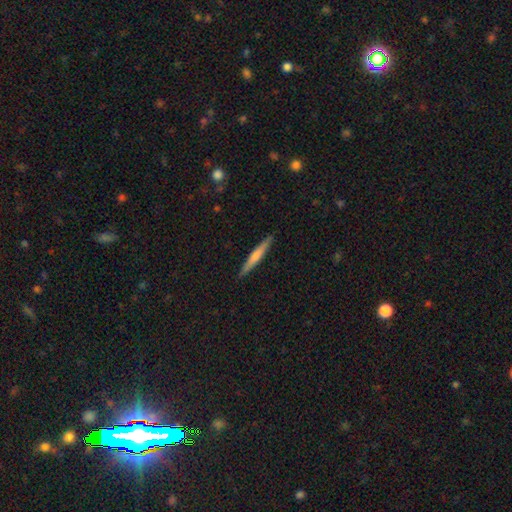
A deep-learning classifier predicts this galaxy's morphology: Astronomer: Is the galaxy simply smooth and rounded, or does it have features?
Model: smooth — 52% (runner-up: featured or disk, 43%).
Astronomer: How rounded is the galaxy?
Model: cigar-shaped — 95%.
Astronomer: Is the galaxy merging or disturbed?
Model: none — 91%.